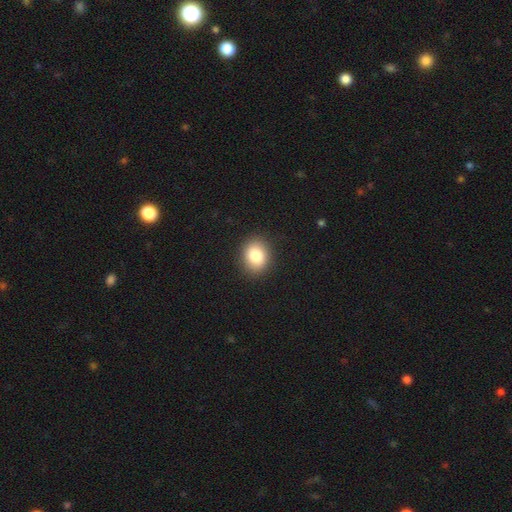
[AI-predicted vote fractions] Overall: smooth (84%). How rounded: round (52%; in between 47%). Merging: none (89%).